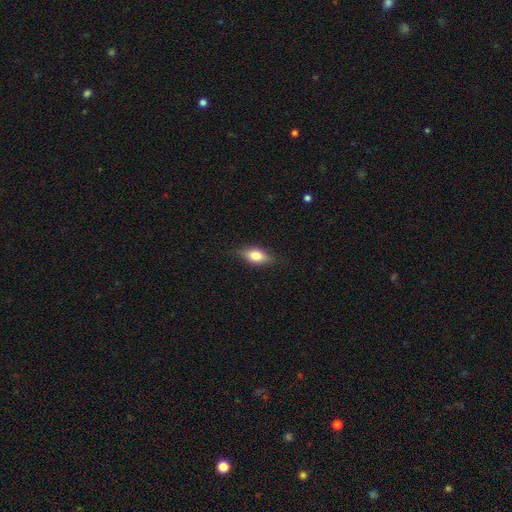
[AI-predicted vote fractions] Morphology: type=smooth (67%); roundness=in between (79%); merging=none (80%).